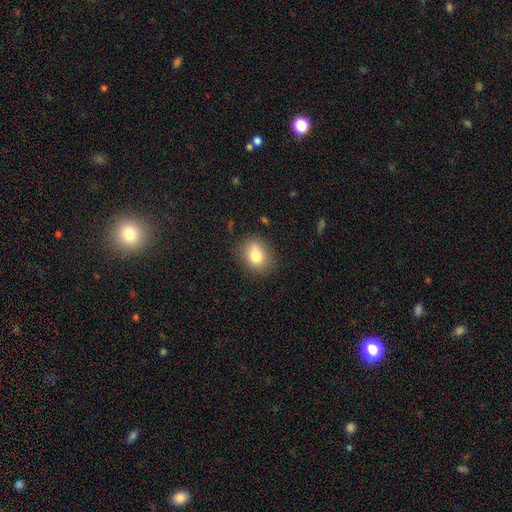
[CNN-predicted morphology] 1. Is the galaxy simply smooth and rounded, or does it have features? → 79% smooth, 11% featured or disk, 10% star or artifact.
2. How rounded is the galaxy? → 51% round, 48% in between, 1% cigar-shaped.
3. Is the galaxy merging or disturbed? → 75% none, 17% minor disturbance, 4% major disturbance, 3% merger.